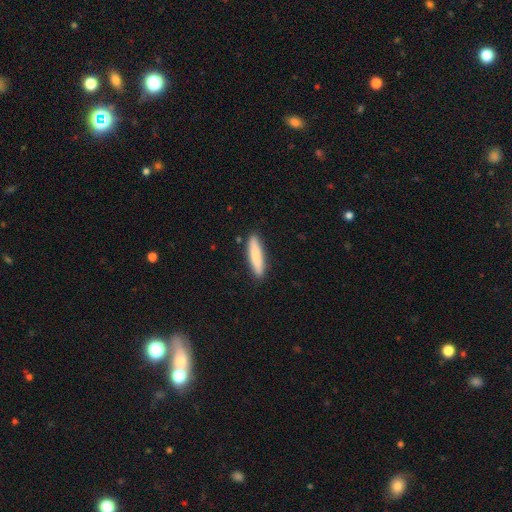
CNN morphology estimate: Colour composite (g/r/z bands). It shows a smooth galaxy with no disk features (83%) that is cigar-shaped (84%). Merging: none (88%).